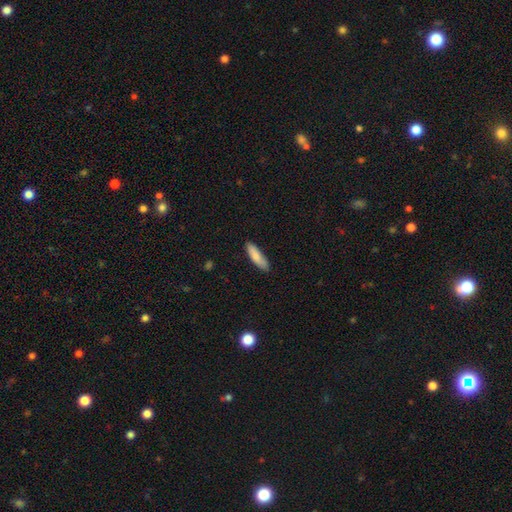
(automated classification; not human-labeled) Morphology: type=smooth (82%); roundness=cigar-shaped (59%); merging=none (85%).